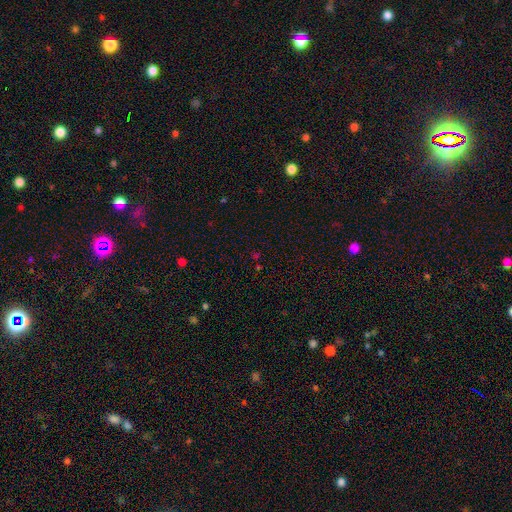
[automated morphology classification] This is likely a star or artifact rather than a galaxy (60%).